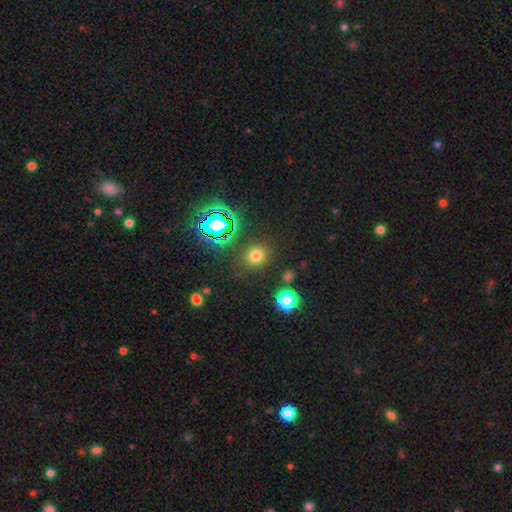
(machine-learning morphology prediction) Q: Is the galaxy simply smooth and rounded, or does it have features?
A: smooth — 68%.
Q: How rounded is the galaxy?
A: round — 86%.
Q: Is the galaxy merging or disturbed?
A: none — 84%.